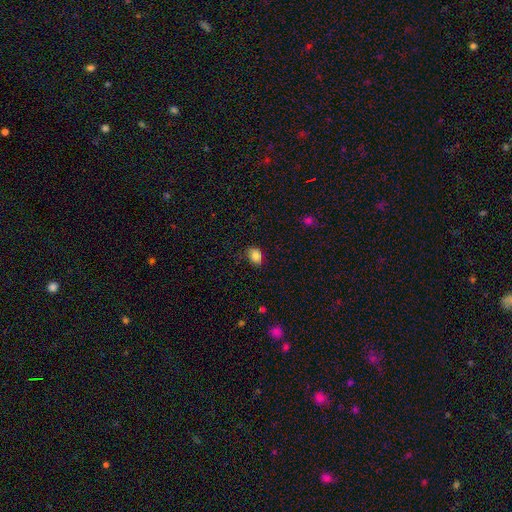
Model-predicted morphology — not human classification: Q: Smooth or featured?
A: smooth (85%); runner-up: star or artifact (9%)
Q: How rounded?
A: in between (66%); runner-up: round (33%)
Q: Merging?
A: none (77%); runner-up: minor disturbance (18%)